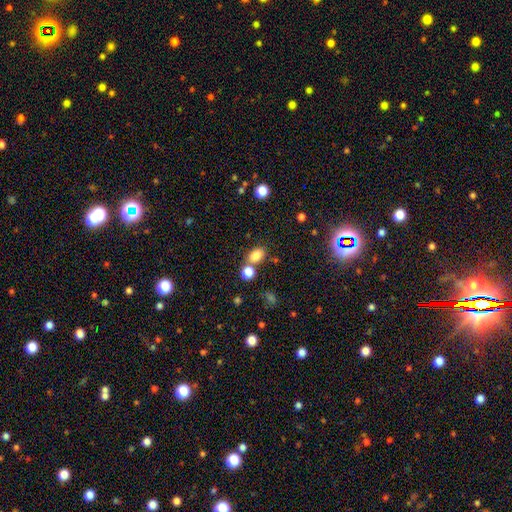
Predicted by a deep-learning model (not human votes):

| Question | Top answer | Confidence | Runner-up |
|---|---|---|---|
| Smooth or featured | smooth | 81% | star or artifact (12%) |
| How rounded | in between | 78% | round (20%) |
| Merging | none | 62% | merger (22%) |